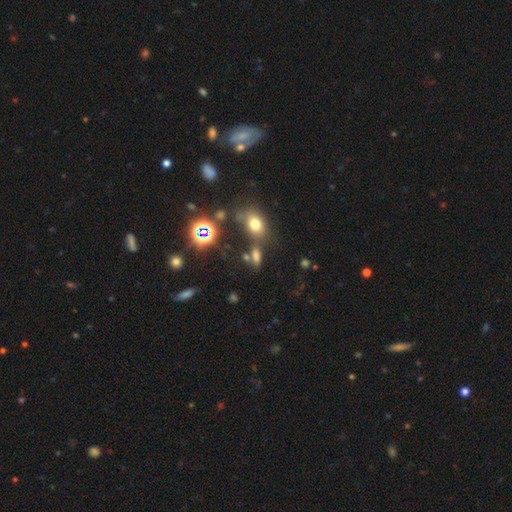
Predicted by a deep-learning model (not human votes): A smooth galaxy with no disk features (61%) that is in between round and cigar-shaped (70%).

Vote fractions:
- Smooth or featured? smooth: 61% / star or artifact: 29% / featured or disk: 9%
- How rounded? in between: 70% / round: 16% / cigar-shaped: 14%
- Merging? none: 61% / merger: 19% / minor disturbance: 13% / major disturbance: 7%